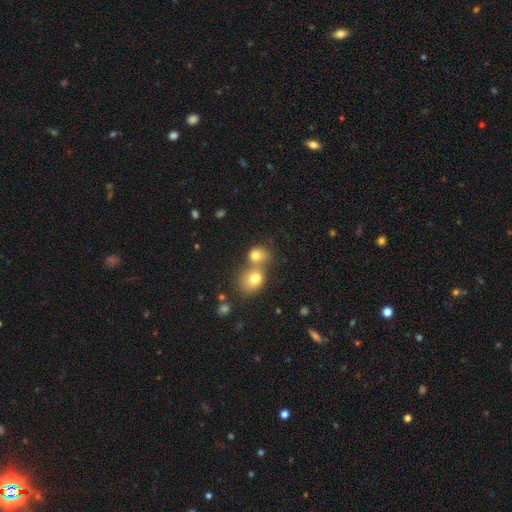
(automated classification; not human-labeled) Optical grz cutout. It shows a smooth galaxy with no disk features (78%) that is round (65%). Merging: merger (58%).